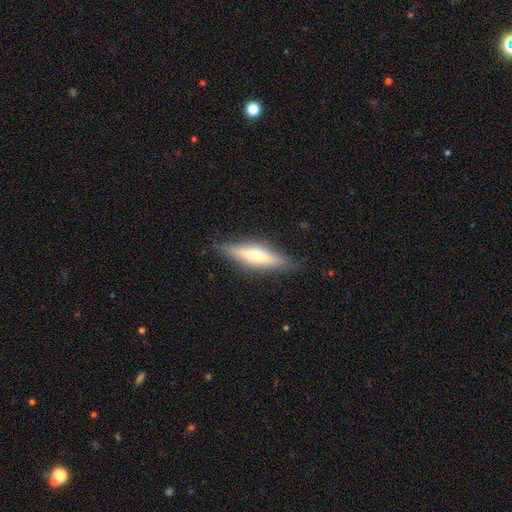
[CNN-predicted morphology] Smooth or featured? smooth (50%)
How rounded? cigar-shaped (75%)
Merging? none (84%)